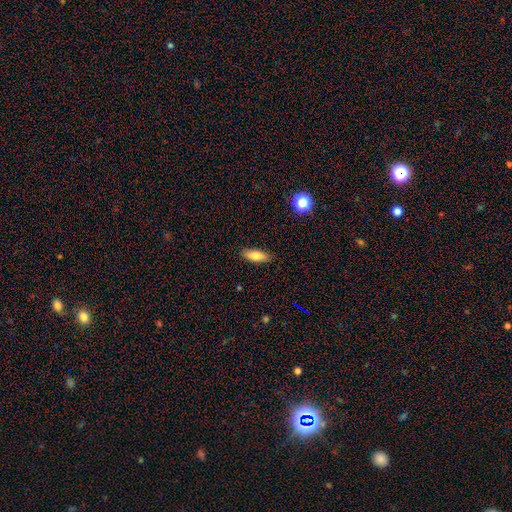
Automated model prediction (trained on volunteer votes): Smooth or featured?
  - smooth: 78% *
  - featured or disk: 14%
  - star or artifact: 8%
How rounded?
  - in between: 69% *
  - cigar-shaped: 28%
  - round: 3%
Merging?
  - none: 86% *
  - minor disturbance: 11%
  - major disturbance: 2%
  - merger: 1%